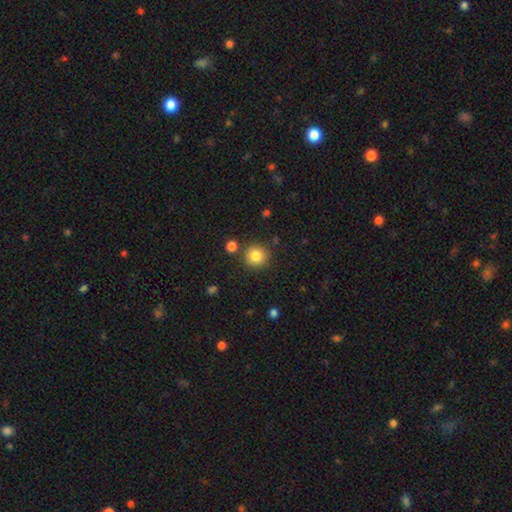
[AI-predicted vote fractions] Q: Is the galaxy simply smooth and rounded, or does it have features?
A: smooth — 84%.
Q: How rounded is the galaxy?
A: round — 92%.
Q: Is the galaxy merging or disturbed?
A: none — 85%.